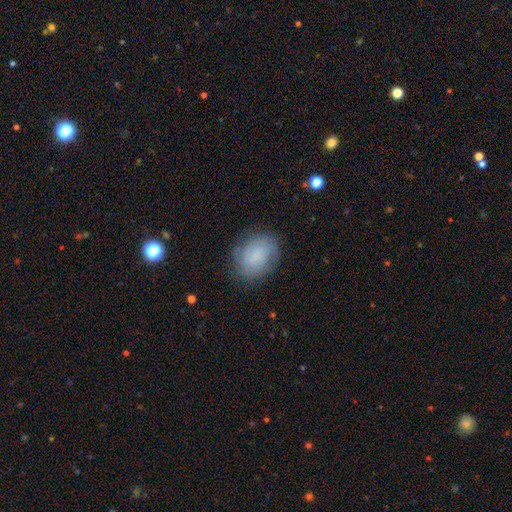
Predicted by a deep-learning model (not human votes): Q: Smooth or featured?
A: smooth (69%); runner-up: featured or disk (21%)
Q: How rounded?
A: in between (61%); runner-up: round (38%)
Q: Merging?
A: none (80%); runner-up: minor disturbance (14%)